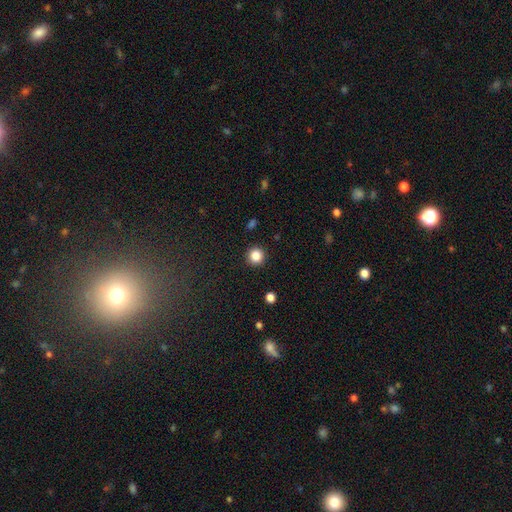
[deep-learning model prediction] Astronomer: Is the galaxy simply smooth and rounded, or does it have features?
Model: smooth — 85%.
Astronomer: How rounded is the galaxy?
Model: round — 95%.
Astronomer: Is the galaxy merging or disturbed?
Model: none — 92%.